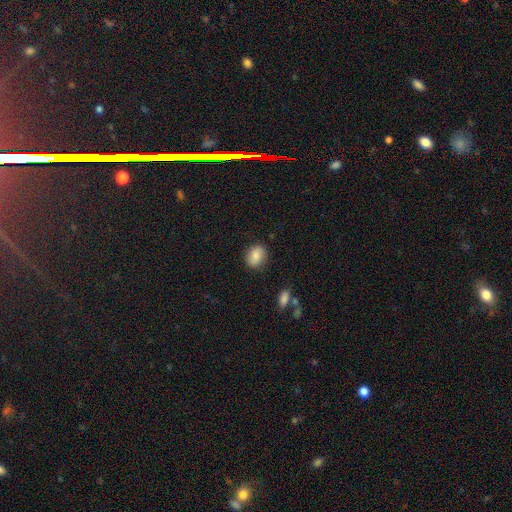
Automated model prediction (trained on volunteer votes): smooth 82%, featured or disk 10%, star or artifact 8%. Down the decision tree: how rounded — in between (56%); merging — none (83%).